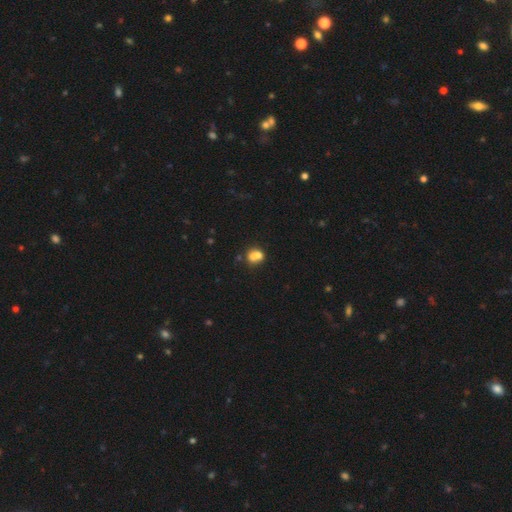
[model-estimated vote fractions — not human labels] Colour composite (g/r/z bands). It shows a smooth galaxy with no disk features (68%) that is round (62%). Merging: merger (58%).